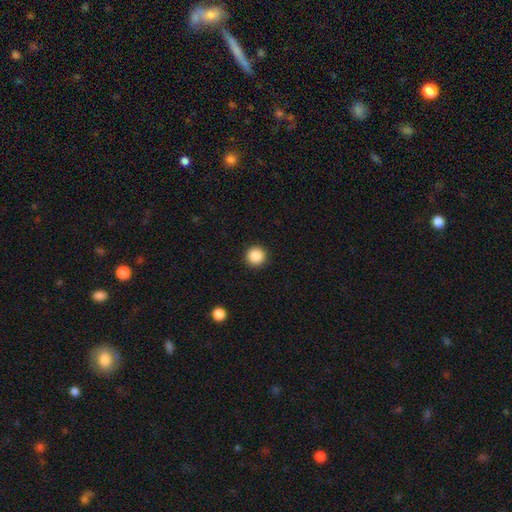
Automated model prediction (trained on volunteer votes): smooth-or-featured: smooth: 88% | star or artifact: 10% | featured or disk: 3%
  how-rounded: round: 96% | in between: 3% | cigar-shaped: 1%
  merging: none: 93% | minor disturbance: 5% | major disturbance: 2% | merger: 1%